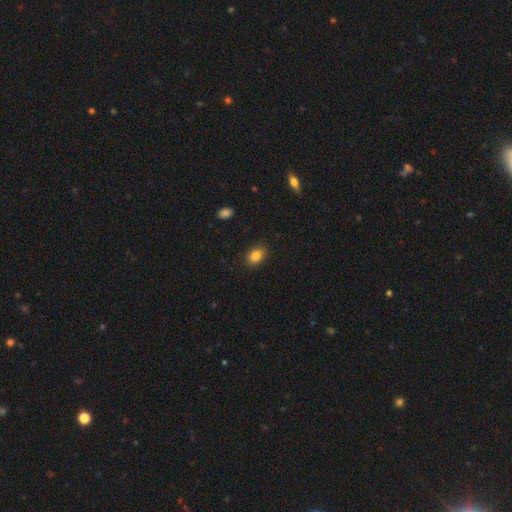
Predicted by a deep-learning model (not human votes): This is clearly a smooth galaxy (85%). How rounded: likely in between (75%). Merging: clearly none (87%).